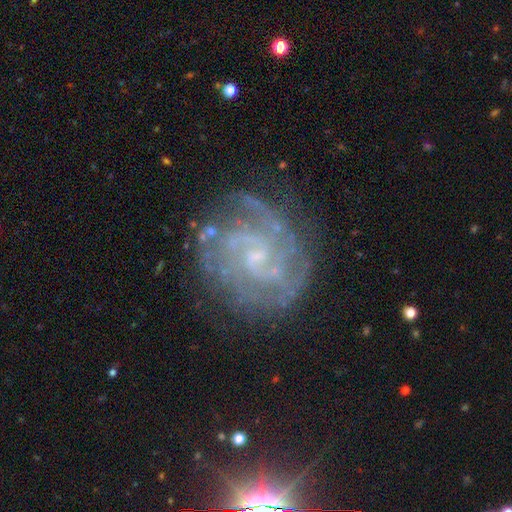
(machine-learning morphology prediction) Smooth or featured?
  - featured or disk: 87% *
  - star or artifact: 7%
  - smooth: 6%
Edge-on disk?
  - no: 98% *
  - yes: 2%
Bar?
  - weak: 48% *
  - no: 42%
  - strong: 10%
Spiral arms?
  - yes: 96% *
  - no: 4%
Spiral winding?
  - tight: 59% *
  - medium: 34%
  - loose: 7%
Spiral arm count?
  - 2: 31% *
  - can't tell: 25%
  - 3: 21%
  - 4: 10%
  - more than 4: 7%
  - 1: 6%
Bulge size?
  - small: 68% *
  - moderate: 17%
  - none: 13%
  - large: 1%
  - dominant: 1%
Merging?
  - none: 74% *
  - minor disturbance: 16%
  - major disturbance: 8%
  - merger: 2%